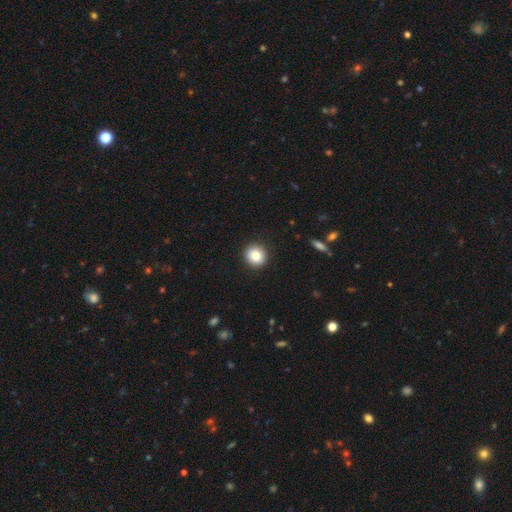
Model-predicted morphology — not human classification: smooth_or_featured: smooth (p=0.82) [alt: star or artifact p=0.09]
how_rounded: round (p=0.91) [alt: in between p=0.08]
merging: none (p=0.92) [alt: minor disturbance p=0.05]